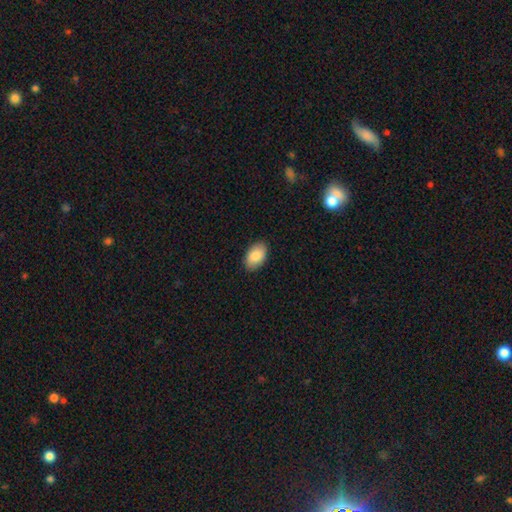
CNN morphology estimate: A smooth galaxy with no disk features (86%) that is in between round and cigar-shaped (92%). Merging: none (89%).